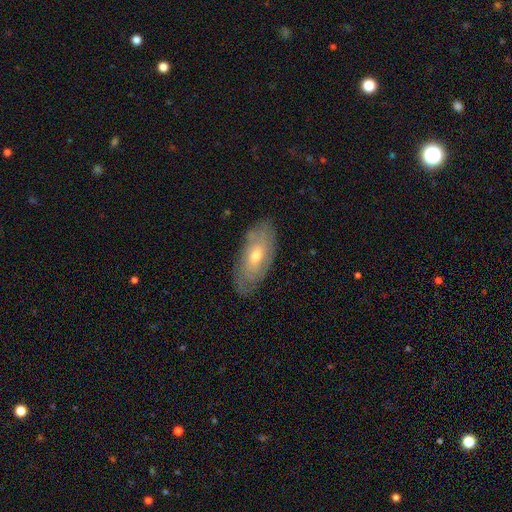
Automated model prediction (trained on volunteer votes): This appears to be a featured or disk galaxy (52%). Merging: none (78%).